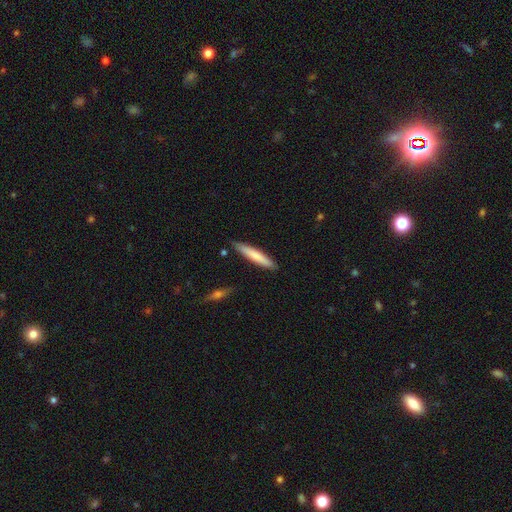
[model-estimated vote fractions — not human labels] Smooth or featured? Predicted: smooth (p=0.73). How rounded? Predicted: cigar-shaped (p=0.91). Merging? Predicted: none (p=0.86).